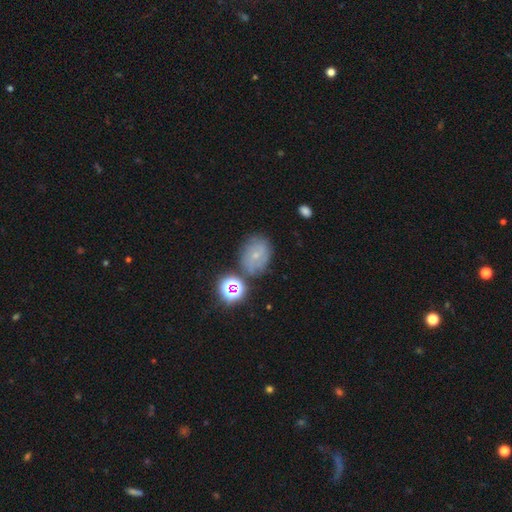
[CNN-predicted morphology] The model was most divided on "smooth or featured": smooth: 39%, featured or disk: 38%, star or artifact: 23%. More confident: merging — none (66%).